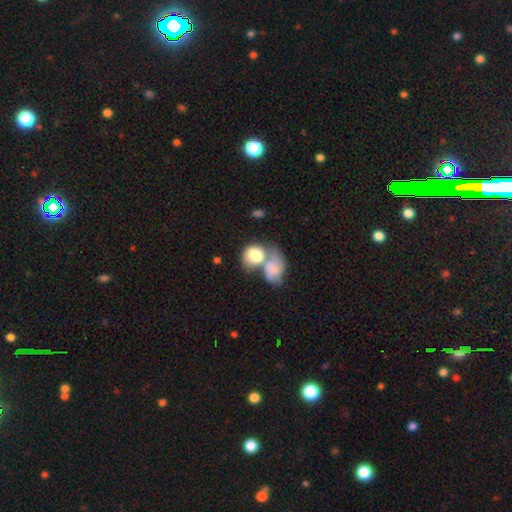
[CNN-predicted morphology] A smooth galaxy with no disk features (74%) that is in between round and cigar-shaped (54%). Merging: merger (65%).